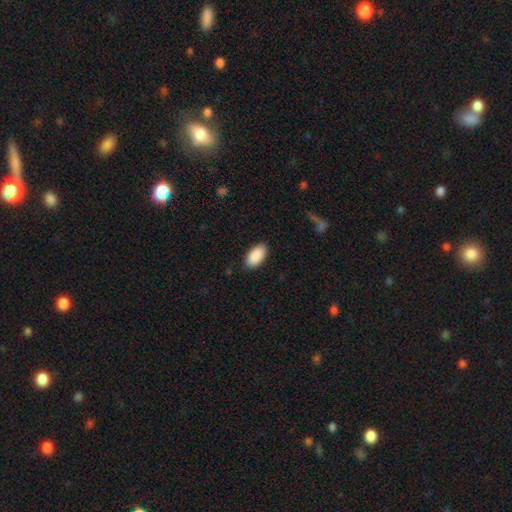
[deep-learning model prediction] The model was most divided on "merging": none: 86%, minor disturbance: 10%, major disturbance: 2%, merger: 1%. More confident: how rounded — in between (95%); smooth or featured — smooth (91%).